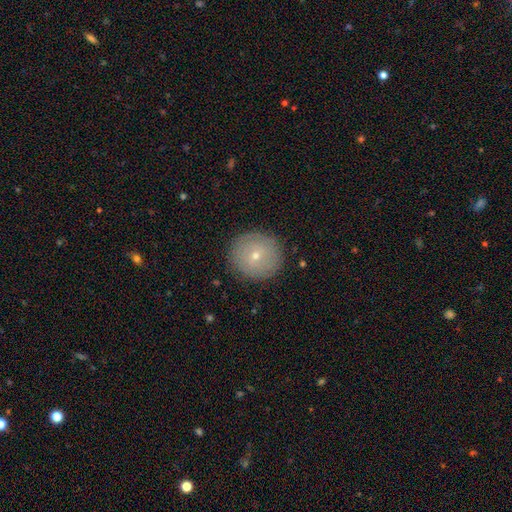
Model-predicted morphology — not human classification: type=smooth (56%); roundness=round (92%); merging=none (88%).